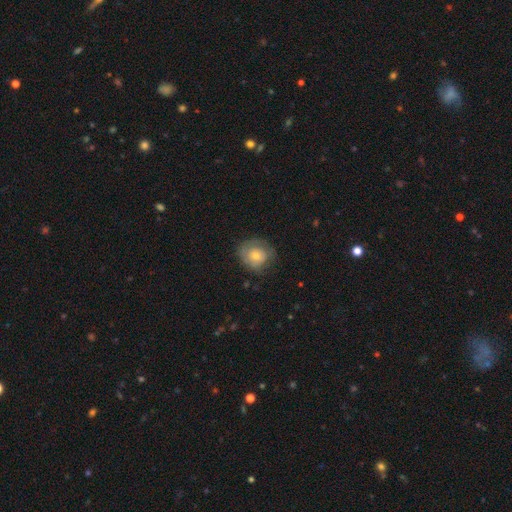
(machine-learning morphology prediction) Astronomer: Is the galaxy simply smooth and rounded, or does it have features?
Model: smooth — 61%.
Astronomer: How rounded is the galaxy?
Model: round — 79%.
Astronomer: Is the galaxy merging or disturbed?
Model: none — 65%.